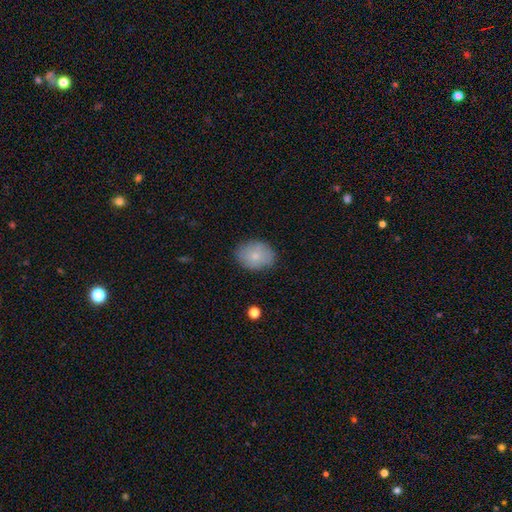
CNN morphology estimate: The model was most divided on "how rounded": in between: 64%, round: 35%, cigar-shaped: 1%. More confident: merging — none (81%); smooth or featured — smooth (78%).